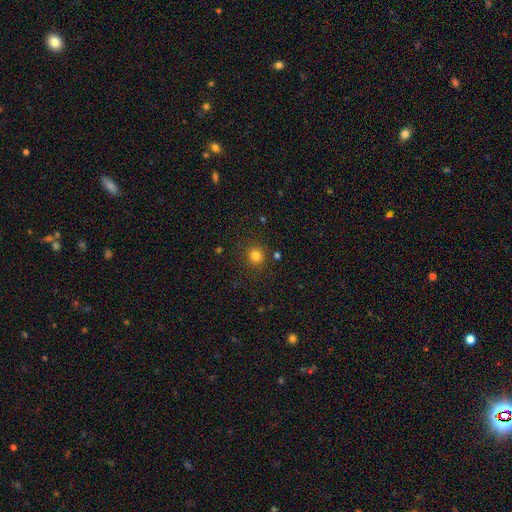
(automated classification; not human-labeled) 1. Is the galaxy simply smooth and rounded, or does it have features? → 81% smooth, 14% star or artifact, 5% featured or disk.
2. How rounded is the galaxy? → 91% round, 8% in between, 1% cigar-shaped.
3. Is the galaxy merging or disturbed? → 87% none, 7% minor disturbance, 3% major disturbance, 3% merger.